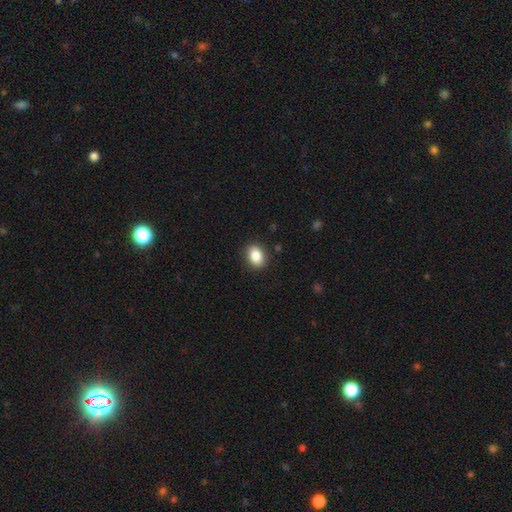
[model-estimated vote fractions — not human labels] Smooth or featured? Predicted: smooth (p=0.86). How rounded? Predicted: in between (p=0.71). Merging? Predicted: none (p=0.88).